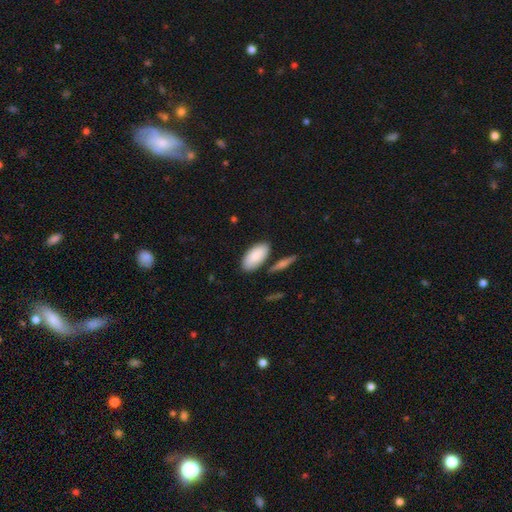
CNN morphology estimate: A smooth galaxy with no disk features (88%) that is in between round and cigar-shaped (93%).

Vote fractions:
- Smooth or featured? smooth: 88% / featured or disk: 7% / star or artifact: 5%
- How rounded? in between: 93% / cigar-shaped: 5% / round: 2%
- Merging? none: 76% / minor disturbance: 13% / merger: 7% / major disturbance: 3%